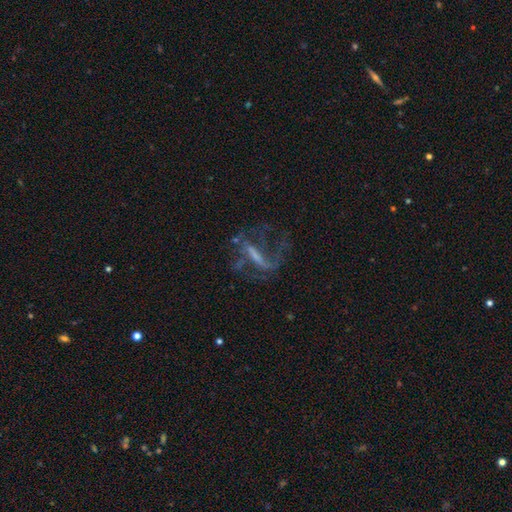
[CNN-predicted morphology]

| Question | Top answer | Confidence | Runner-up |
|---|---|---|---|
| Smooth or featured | featured or disk | 67% | smooth (19%) |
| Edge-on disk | no | 82% | yes (18%) |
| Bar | strong | 47% | no (27%) |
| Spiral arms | yes | 58% | no (42%) |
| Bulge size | none | 45% | small (34%) |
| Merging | major disturbance | 43% | none (37%) |